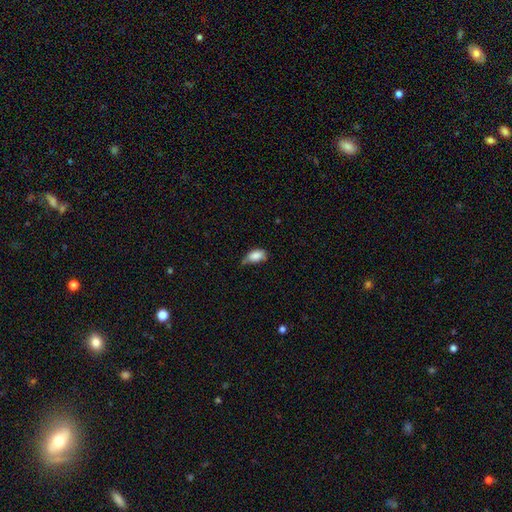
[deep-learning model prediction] Smooth or featured?
  - smooth: 84% *
  - featured or disk: 8%
  - star or artifact: 8%
How rounded?
  - in between: 91% *
  - round: 6%
  - cigar-shaped: 4%
Merging?
  - minor disturbance: 47% *
  - none: 34%
  - major disturbance: 15%
  - merger: 4%